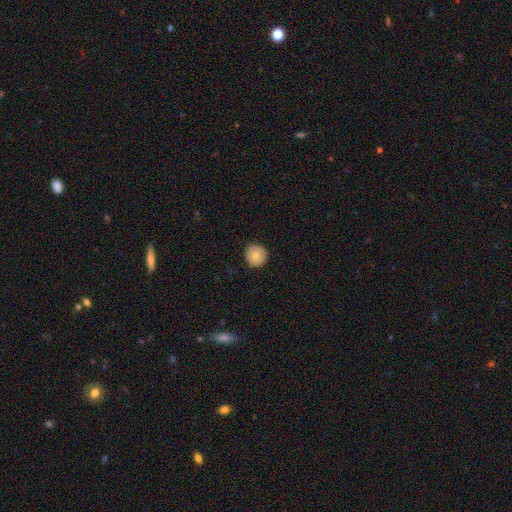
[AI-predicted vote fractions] Smooth or featured: smooth — 78% (featured or disk — 14%)
How rounded: round — 94% (in between — 5%)
Merging: none — 90% (minor disturbance — 8%)